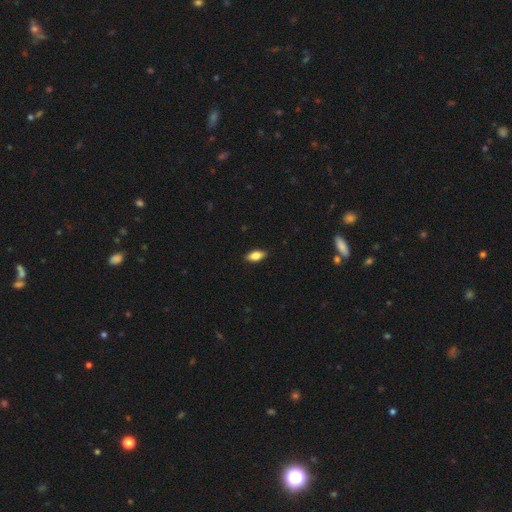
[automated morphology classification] smooth-or-featured: smooth: 82% | featured or disk: 11% | star or artifact: 7%
  how-rounded: in between: 89% | cigar-shaped: 8% | round: 3%
  merging: none: 89% | minor disturbance: 9% | major disturbance: 2% | merger: 1%